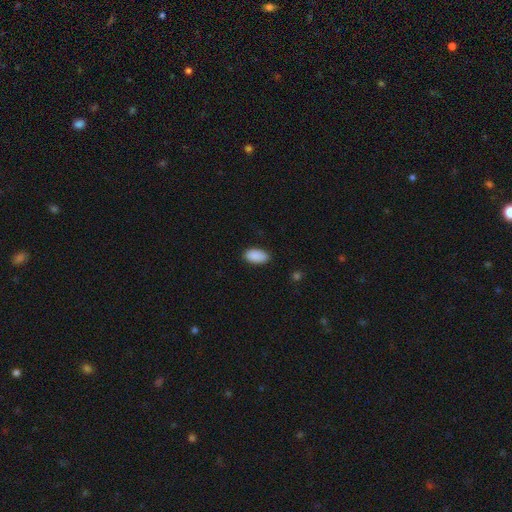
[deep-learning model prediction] Q: Smooth or featured?
A: smooth (90%); runner-up: star or artifact (7%)
Q: How rounded?
A: in between (95%); runner-up: round (3%)
Q: Merging?
A: none (86%); runner-up: minor disturbance (11%)